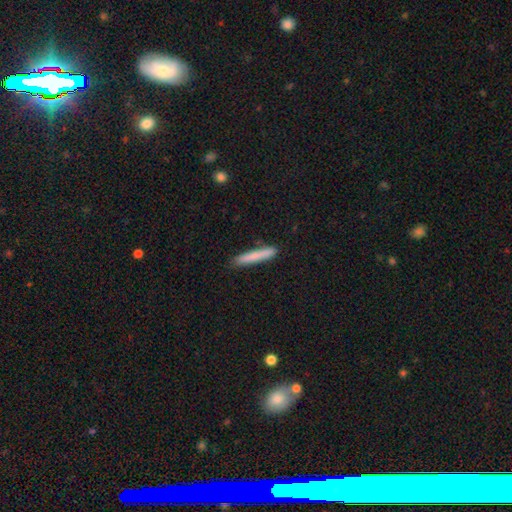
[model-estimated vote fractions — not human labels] The model was most divided on "smooth or featured": smooth: 80%, featured or disk: 14%, star or artifact: 6%. More confident: how rounded — cigar-shaped (95%); merging — none (86%).